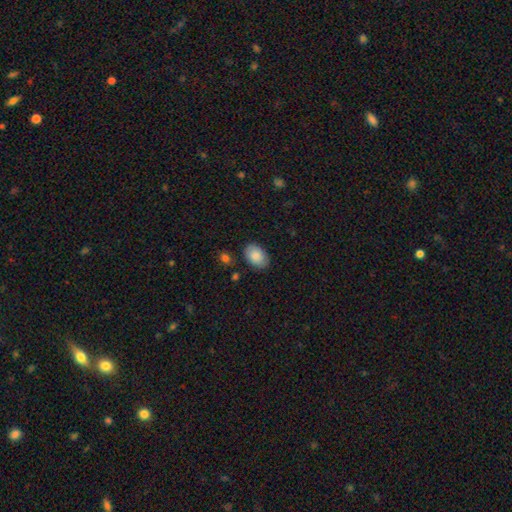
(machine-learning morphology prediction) smooth-or-featured: smooth: 86% | featured or disk: 7% | star or artifact: 6%
  how-rounded: in between: 87% | round: 12% | cigar-shaped: 1%
  merging: none: 83% | minor disturbance: 12% | major disturbance: 3% | merger: 2%